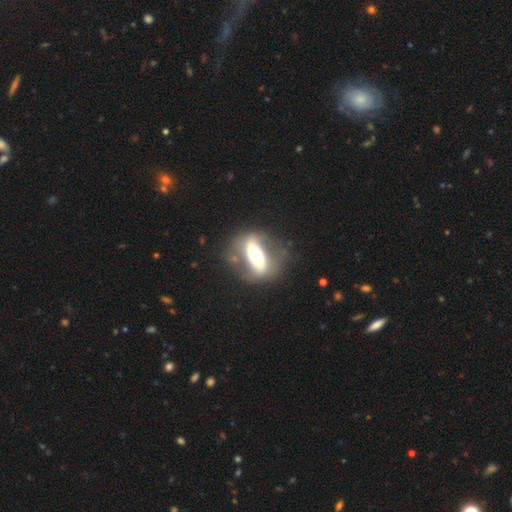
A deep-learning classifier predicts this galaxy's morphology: Smooth or featured? Predicted: featured or disk (p=0.69). Edge-on disk? Predicted: no (p=0.82). Bar? Predicted: strong (p=0.66). Spiral arms? Predicted: yes (p=0.59). Bulge size? Predicted: moderate (p=0.44). Merging? Predicted: none (p=0.62).